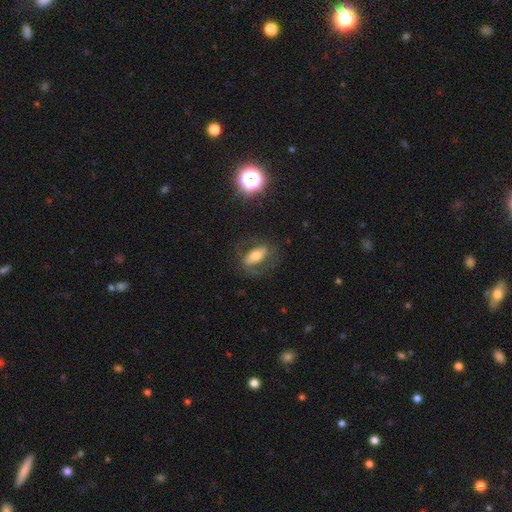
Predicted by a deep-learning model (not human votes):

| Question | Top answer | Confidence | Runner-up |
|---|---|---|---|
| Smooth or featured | featured or disk | 55% | smooth (34%) |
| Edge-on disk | no | 82% | yes (18%) |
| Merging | none | 69% | minor disturbance (16%) |